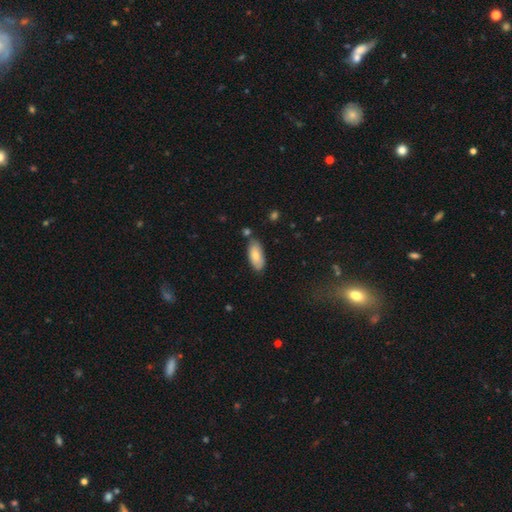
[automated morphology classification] Overall: smooth (77%). How rounded: in between (89%). Merging: none (75%).